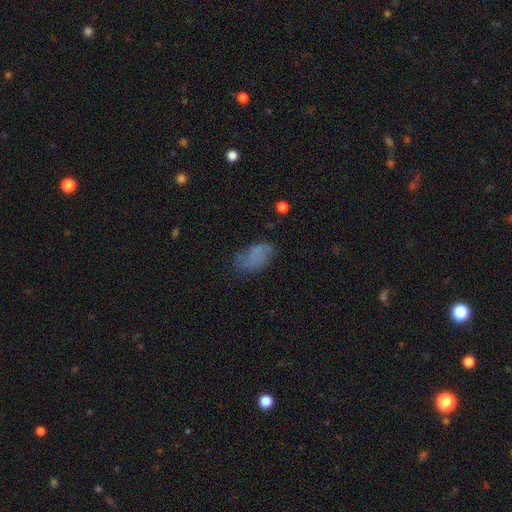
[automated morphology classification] smooth_or_featured: smooth (p=0.62) [alt: featured or disk p=0.25]
how_rounded: in between (p=0.90) [alt: round p=0.07]
merging: none (p=0.54) [alt: minor disturbance p=0.27]